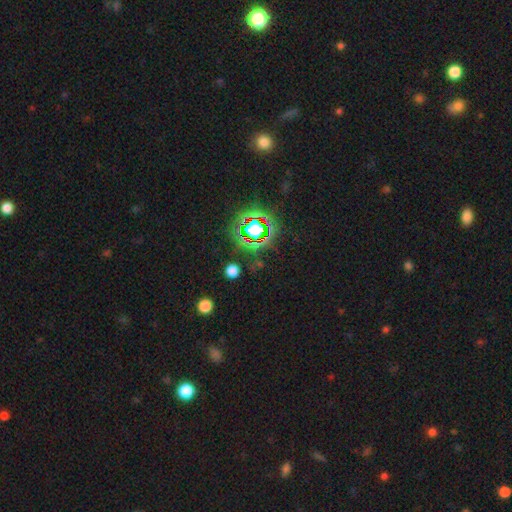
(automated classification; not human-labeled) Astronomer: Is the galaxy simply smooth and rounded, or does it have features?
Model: star or artifact — 77%.